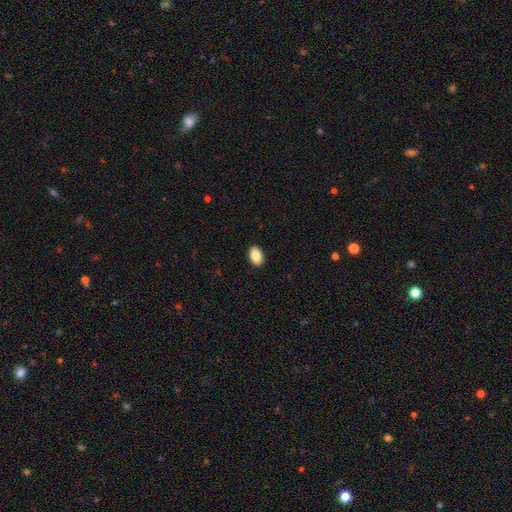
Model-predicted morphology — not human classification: Smooth or featured? Predicted: smooth (p=0.86). How rounded? Predicted: in between (p=0.91). Merging? Predicted: none (p=0.91).